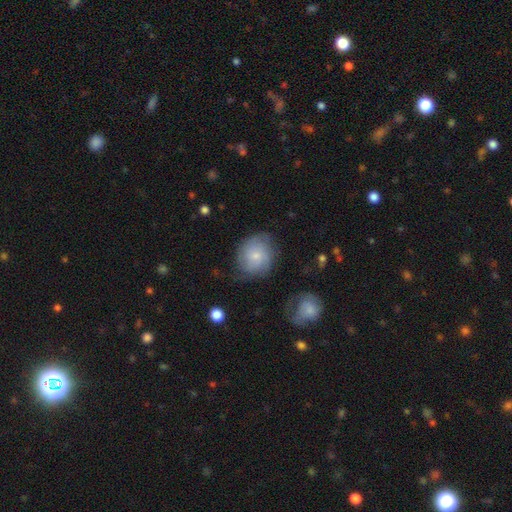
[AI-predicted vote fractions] The model was most divided on "smooth or featured": smooth: 59%, featured or disk: 33%, star or artifact: 8%. More confident: how rounded — round (76%); merging — none (65%).